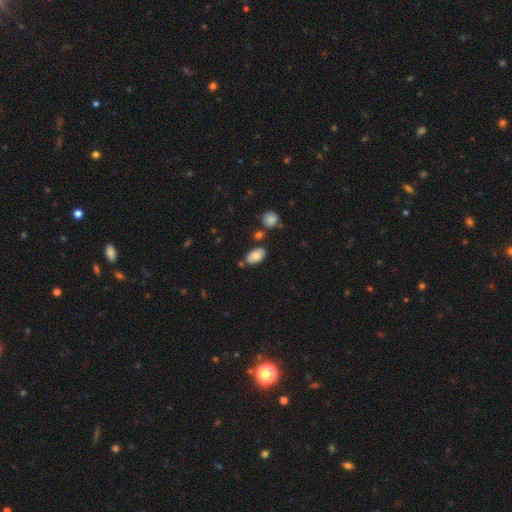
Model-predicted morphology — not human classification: Smooth or featured? Predicted: smooth (p=0.75). How rounded? Predicted: in between (p=0.92). Merging? Predicted: none (p=0.75).